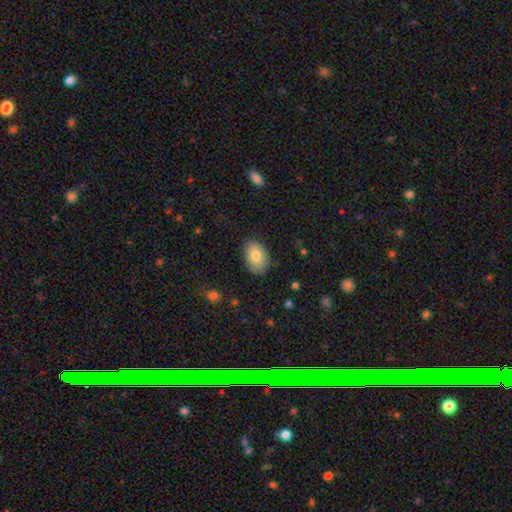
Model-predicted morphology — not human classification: This is likely a smooth galaxy (79%). How rounded: clearly in between (89%). Merging: clearly none (81%).